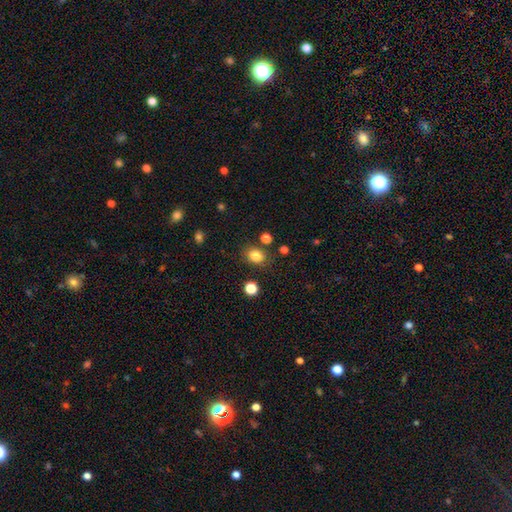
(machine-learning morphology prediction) This appears to be a smooth galaxy with no disk features (83%) that is in between round and cigar-shaped (54%). Merging: none (80%).